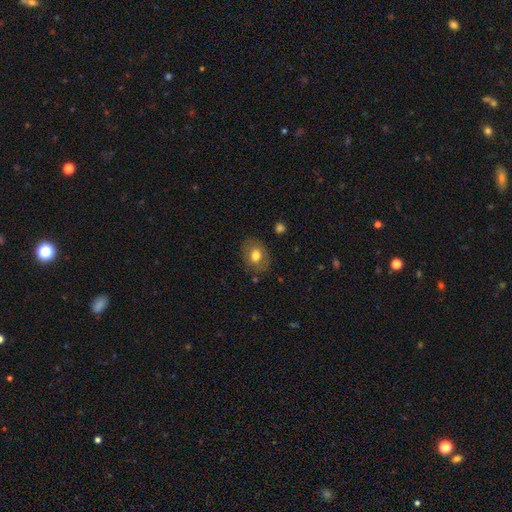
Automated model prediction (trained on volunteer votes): The model was most divided on "how rounded": in between: 54%, round: 45%, cigar-shaped: 1%. More confident: merging — none (81%); smooth or featured — smooth (74%).